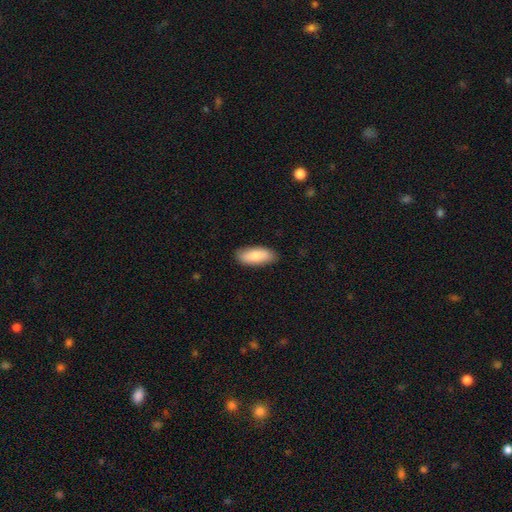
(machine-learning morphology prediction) Overall: smooth (81%). How rounded: in between (83%). Merging: none (85%).